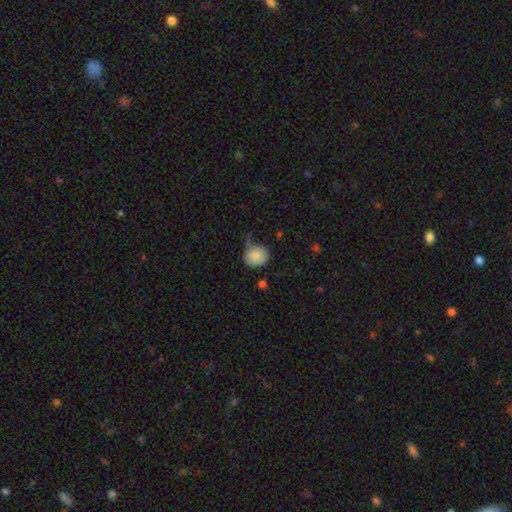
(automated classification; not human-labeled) A smooth galaxy with no disk features (84%) that is round (79%). Merging: none (47%).